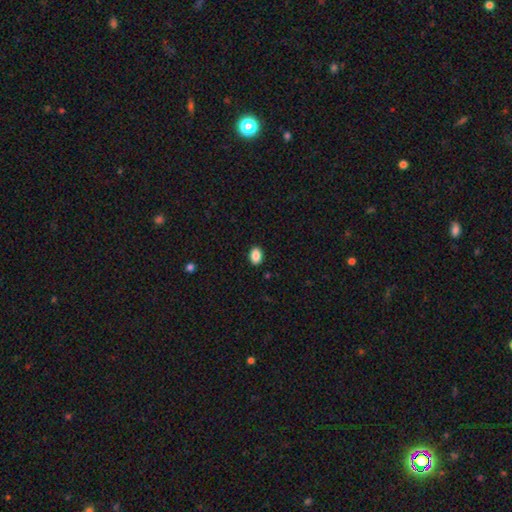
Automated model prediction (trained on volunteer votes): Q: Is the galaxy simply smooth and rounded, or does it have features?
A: smooth — 88%.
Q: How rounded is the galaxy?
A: in between — 78%.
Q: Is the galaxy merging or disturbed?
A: none — 91%.